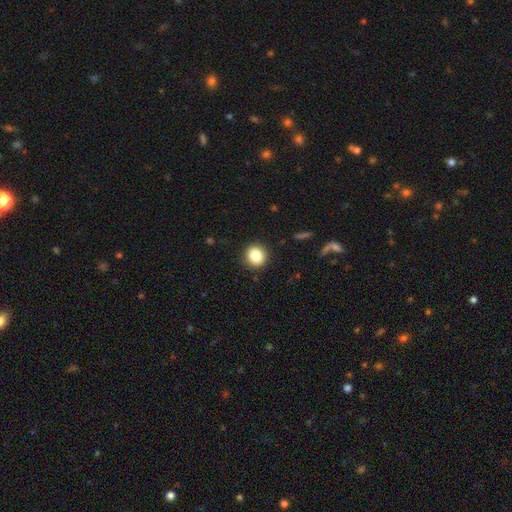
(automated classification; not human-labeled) This is clearly a smooth galaxy (84%). How rounded: clearly round (83%). Merging: clearly none (90%).